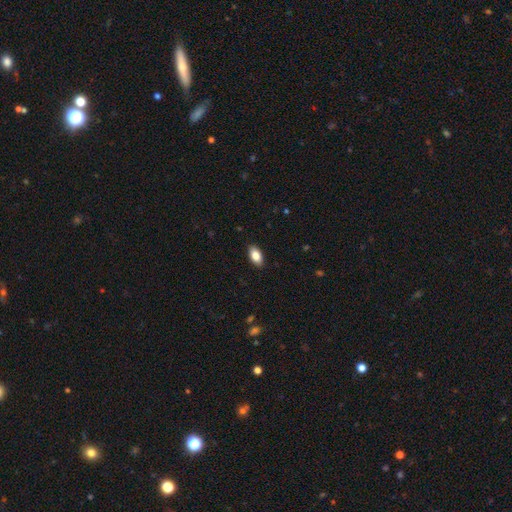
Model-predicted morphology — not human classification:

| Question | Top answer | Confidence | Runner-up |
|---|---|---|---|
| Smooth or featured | smooth | 85% | featured or disk (8%) |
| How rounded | in between | 92% | cigar-shaped (4%) |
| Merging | none | 89% | minor disturbance (8%) |